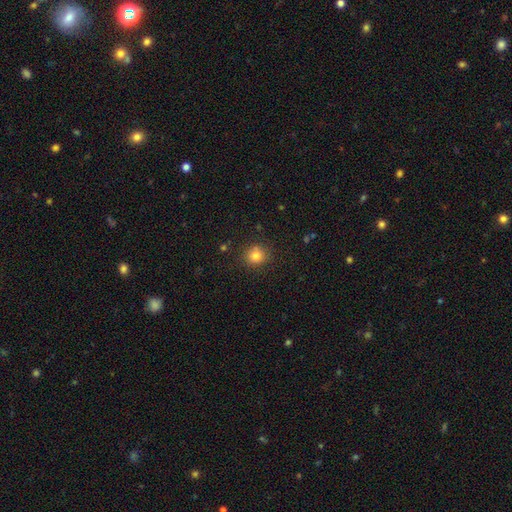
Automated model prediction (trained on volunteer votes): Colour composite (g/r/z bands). It shows a smooth galaxy with no disk features (81%) that is round (87%). Merging: none (87%).